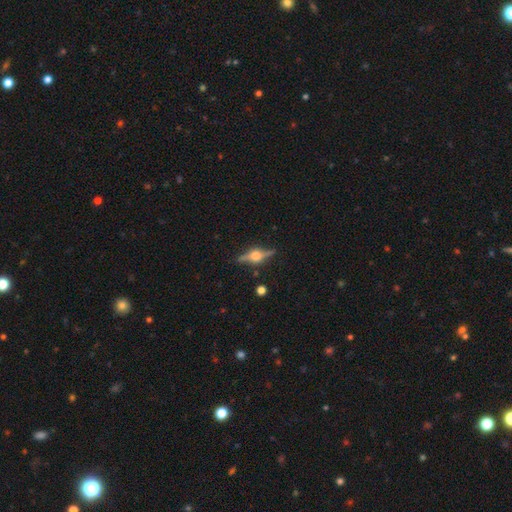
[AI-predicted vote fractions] A featured or disk galaxy (81%) viewed edge-on (96%) with a rounded central bulge (91%). Merging: none (85%).